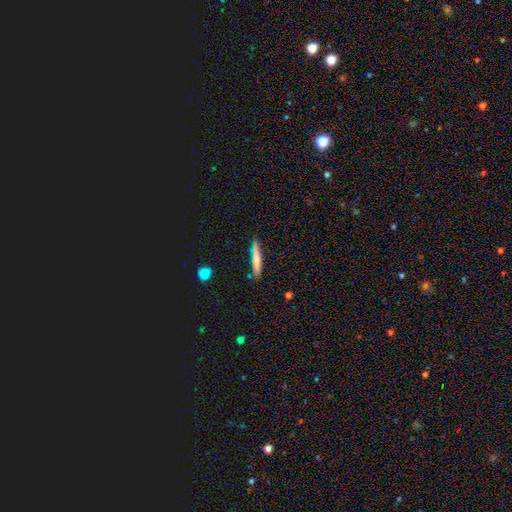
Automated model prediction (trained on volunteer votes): Smooth or featured? smooth (68%)
How rounded? cigar-shaped (94%)
Merging? none (82%)